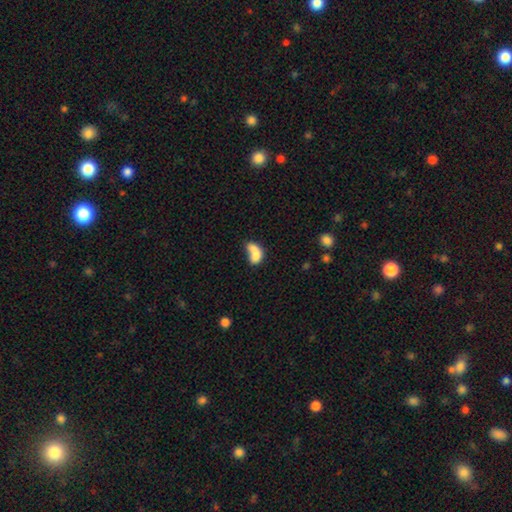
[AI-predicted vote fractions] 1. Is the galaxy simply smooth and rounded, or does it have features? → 71% smooth, 21% featured or disk, 9% star or artifact.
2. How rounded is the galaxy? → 76% in between, 22% round, 2% cigar-shaped.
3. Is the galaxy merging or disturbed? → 68% merger, 16% none, 8% minor disturbance, 8% major disturbance.